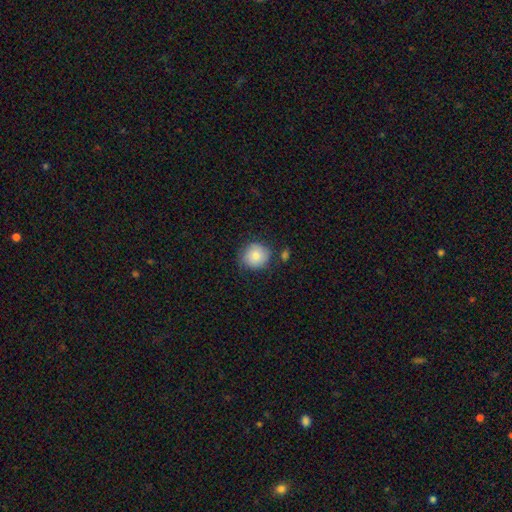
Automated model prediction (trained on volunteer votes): Overall: smooth (83%). How rounded: round (88%). Merging: none (73%).